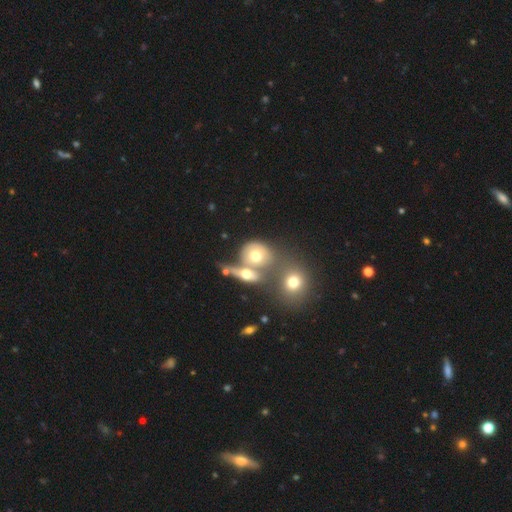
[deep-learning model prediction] Smooth or featured?
  - smooth: 59% *
  - featured or disk: 30%
  - star or artifact: 11%
How rounded?
  - round: 67% *
  - in between: 31%
  - cigar-shaped: 3%
Merging?
  - merger: 48% *
  - none: 34%
  - minor disturbance: 10%
  - major disturbance: 7%